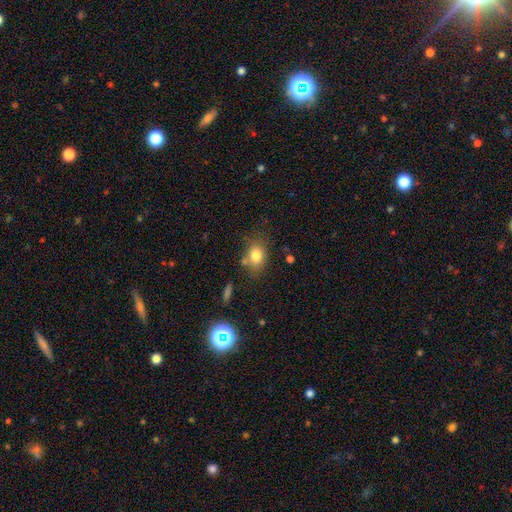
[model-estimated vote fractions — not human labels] Smooth or featured? Predicted: smooth (p=0.79). How rounded? Predicted: in between (p=0.68). Merging? Predicted: none (p=0.65).